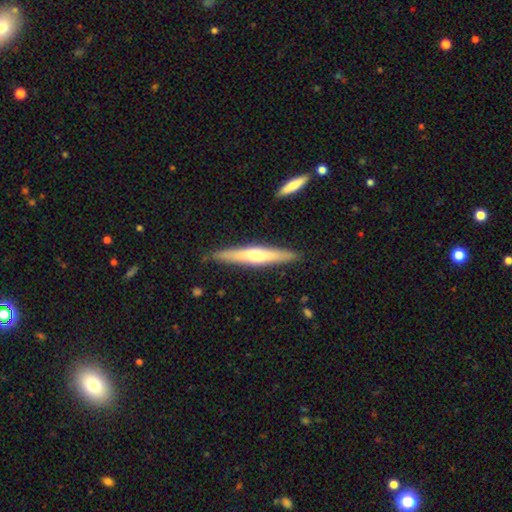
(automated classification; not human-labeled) Morphology: type=featured or disk (53%); edge-on=yes (94%); edge-on bulge=rounded (81%); merging=none (88%).